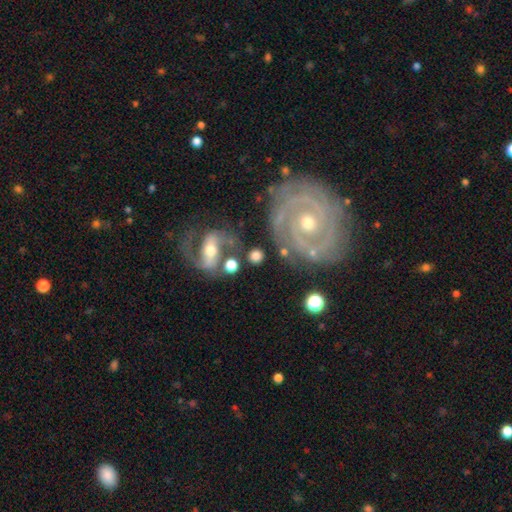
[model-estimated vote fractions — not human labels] Smooth or featured? Predicted: smooth (p=0.54). How rounded? Predicted: round (p=0.75). Merging? Predicted: none (p=0.66).